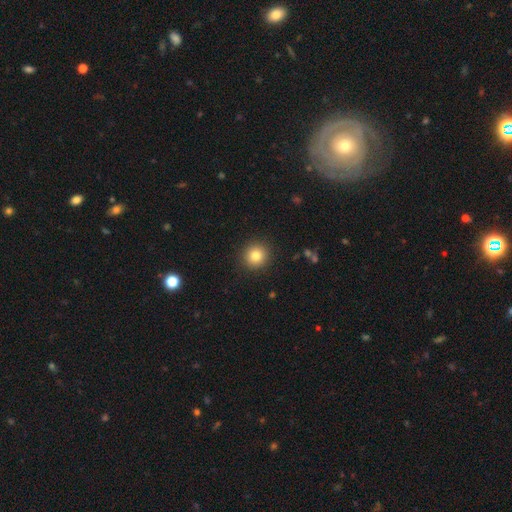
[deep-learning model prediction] Overall: smooth (81%). How rounded: round (93%). Merging: none (91%).